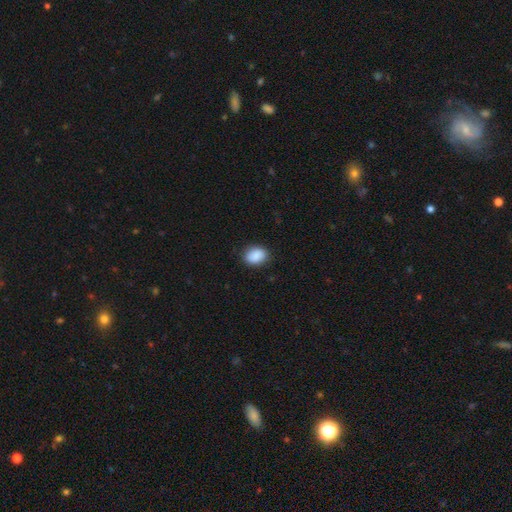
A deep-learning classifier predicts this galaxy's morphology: A smooth galaxy with no disk features (89%) that is in between round and cigar-shaped (66%).

Vote fractions:
- Smooth or featured? smooth: 89% / star or artifact: 7% / featured or disk: 4%
- How rounded? in between: 66% / round: 32% / cigar-shaped: 1%
- Merging? none: 86% / minor disturbance: 11% / major disturbance: 3% / merger: 1%